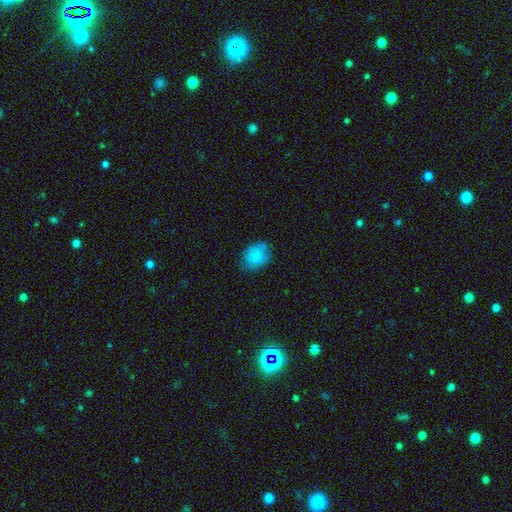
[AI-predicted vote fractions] smooth-or-featured: smooth: 82% | featured or disk: 9% | star or artifact: 8%
  how-rounded: in between: 58% | round: 41% | cigar-shaped: 1%
  merging: none: 69% | minor disturbance: 23% | major disturbance: 6% | merger: 2%